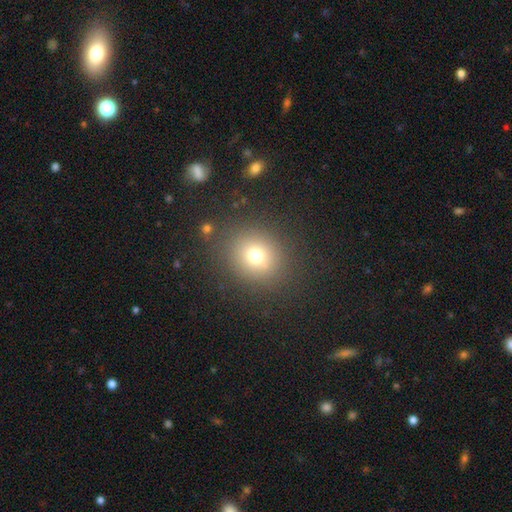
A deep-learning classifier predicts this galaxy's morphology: type=smooth (73%); roundness=round (78%); merging=none (85%).